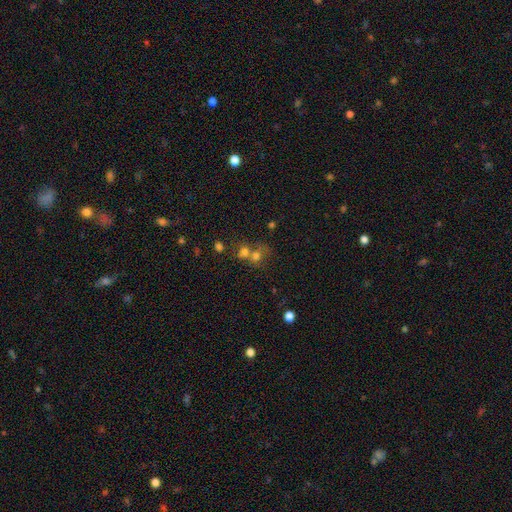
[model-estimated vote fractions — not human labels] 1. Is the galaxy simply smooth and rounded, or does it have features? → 63% smooth, 19% star or artifact, 17% featured or disk.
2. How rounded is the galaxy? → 73% round, 26% in between, 1% cigar-shaped.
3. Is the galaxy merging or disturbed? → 58% merger, 31% none, 7% minor disturbance, 4% major disturbance.